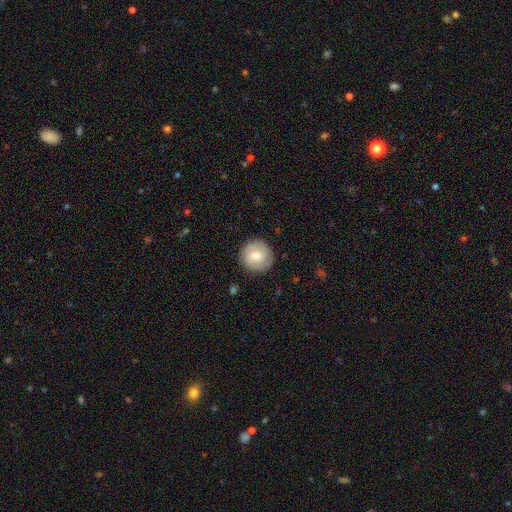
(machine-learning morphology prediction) smooth 55%, featured or disk 38%, star or artifact 7%. Down the decision tree: how rounded — round (94%); merging — none (87%).